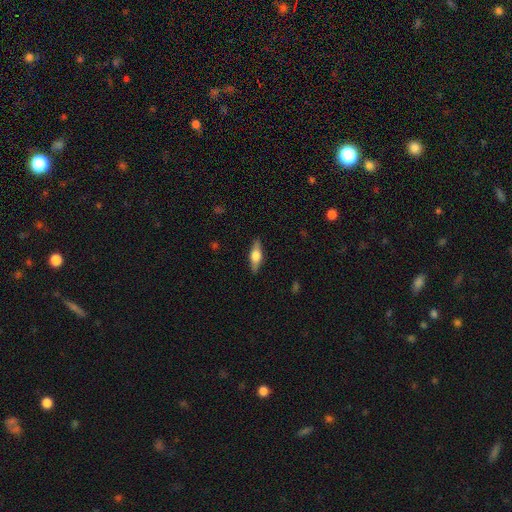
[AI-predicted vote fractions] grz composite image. It shows a smooth galaxy with no disk features (50%) that is in between round and cigar-shaped (54%). Merging: none (88%).